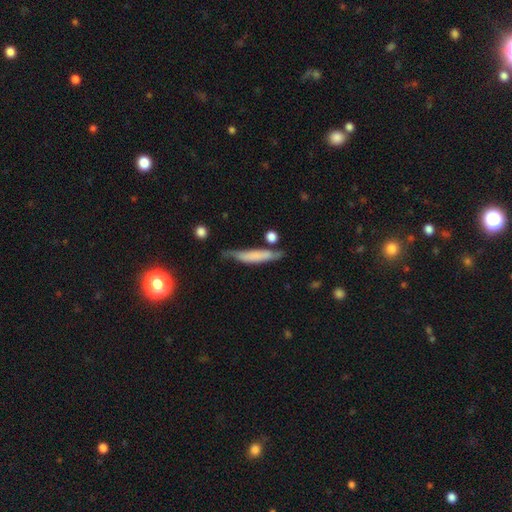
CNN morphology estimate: Smooth or featured?
  - smooth: 61% *
  - featured or disk: 32%
  - star or artifact: 7%
How rounded?
  - cigar-shaped: 84% *
  - in between: 14%
  - round: 2%
Merging?
  - none: 55% *
  - minor disturbance: 29%
  - major disturbance: 9%
  - merger: 7%